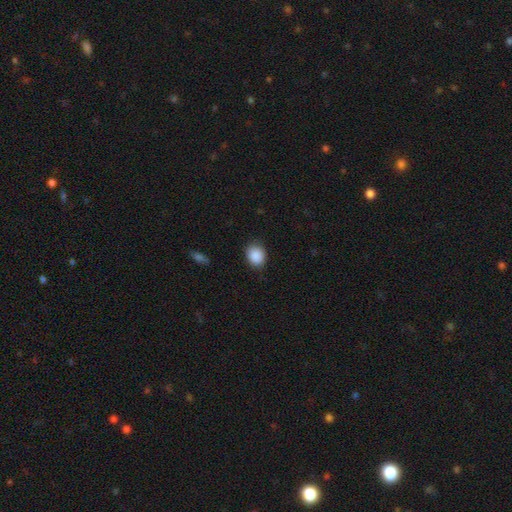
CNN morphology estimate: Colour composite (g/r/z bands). It shows a smooth galaxy with no disk features (89%) that is round (55%). Merging: none (84%).